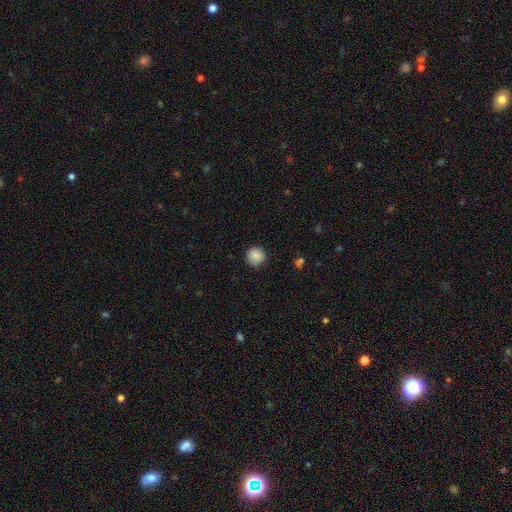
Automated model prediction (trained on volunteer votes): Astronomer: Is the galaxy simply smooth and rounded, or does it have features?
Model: smooth — 86%.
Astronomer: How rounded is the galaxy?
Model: round — 93%.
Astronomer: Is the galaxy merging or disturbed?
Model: none — 87%.